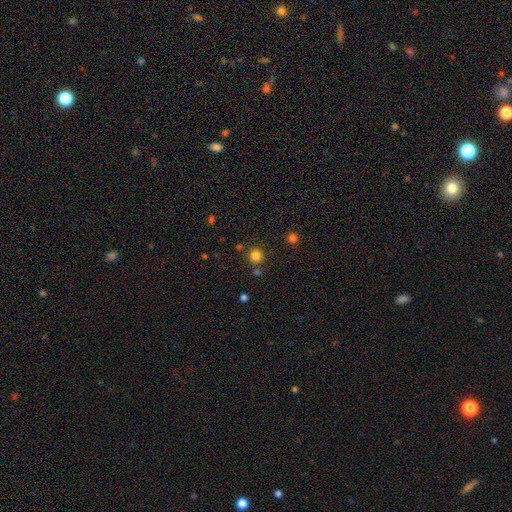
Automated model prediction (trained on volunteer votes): Q: Smooth or featured?
A: smooth (81%); runner-up: star or artifact (15%)
Q: How rounded?
A: round (93%); runner-up: in between (6%)
Q: Merging?
A: none (81%); runner-up: merger (9%)